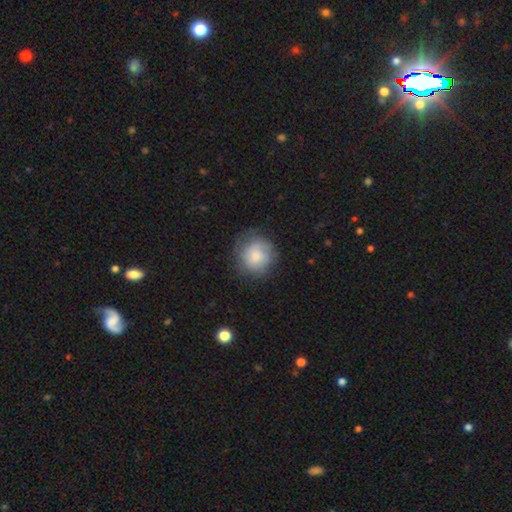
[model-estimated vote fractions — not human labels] A smooth galaxy with no disk features (71%) that is round (88%).

Vote fractions:
- Smooth or featured? smooth: 71% / featured or disk: 21% / star or artifact: 8%
- How rounded? round: 88% / in between: 11% / cigar-shaped: 1%
- Merging? none: 71% / minor disturbance: 20% / major disturbance: 8% / merger: 1%